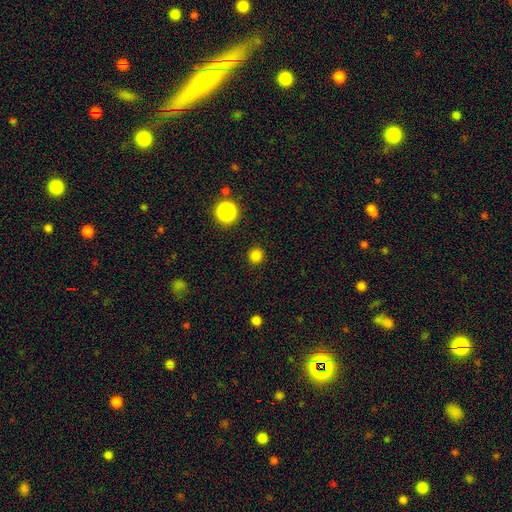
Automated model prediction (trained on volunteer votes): smooth_or_featured: smooth (p=0.81) [alt: star or artifact p=0.16]
how_rounded: round (p=0.93) [alt: in between p=0.06]
merging: none (p=0.91) [alt: minor disturbance p=0.06]